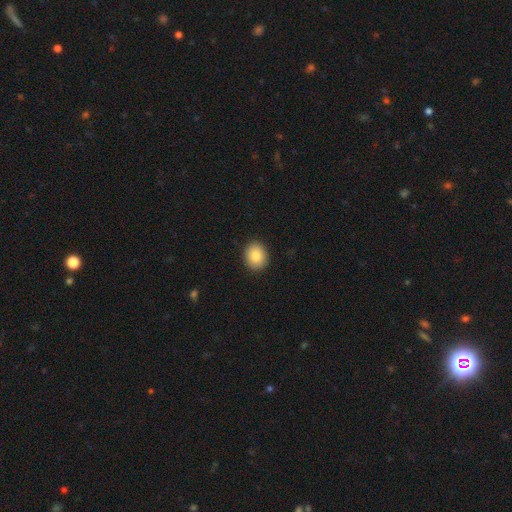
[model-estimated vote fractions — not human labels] This is clearly a smooth galaxy (86%). How rounded: likely round (64%). Merging: clearly none (91%).